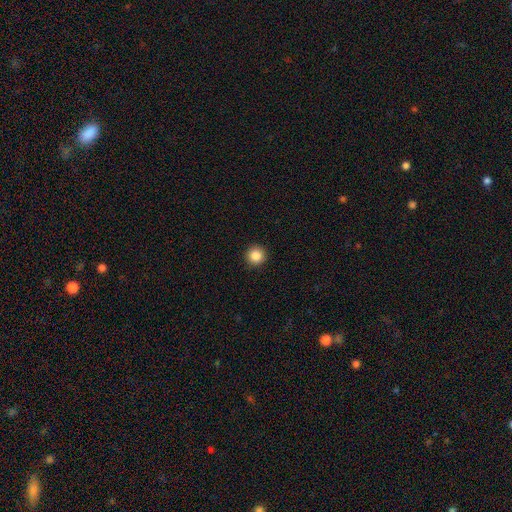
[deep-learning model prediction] smooth-or-featured: smooth: 85% | star or artifact: 10% | featured or disk: 4%
  how-rounded: round: 96% | in between: 4% | cigar-shaped: 1%
  merging: none: 92% | minor disturbance: 5% | major disturbance: 2% | merger: 1%